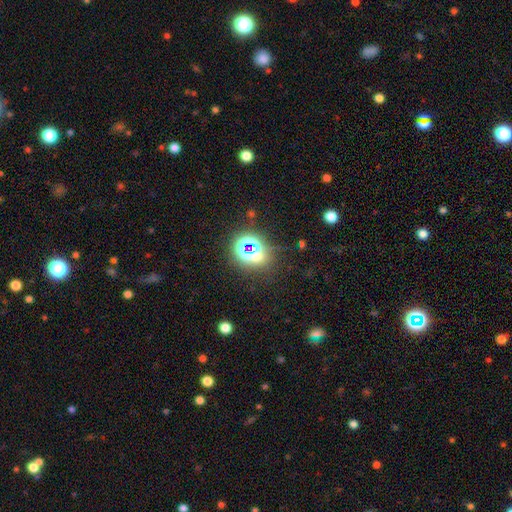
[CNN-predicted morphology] Overall: star or artifact (68%).